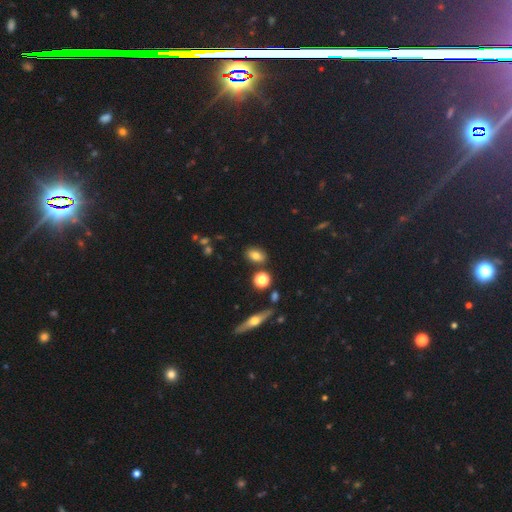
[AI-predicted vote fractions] Smooth or featured?
  - smooth: 75% *
  - featured or disk: 14%
  - star or artifact: 11%
How rounded?
  - in between: 78% *
  - round: 18%
  - cigar-shaped: 4%
Merging?
  - none: 82% *
  - minor disturbance: 10%
  - merger: 5%
  - major disturbance: 3%